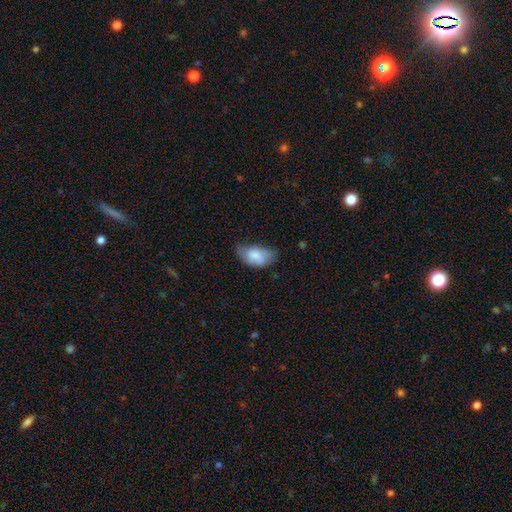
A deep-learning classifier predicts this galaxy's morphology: A smooth galaxy with no disk features (78%) that is in between round and cigar-shaped (93%).

Vote fractions:
- Smooth or featured? smooth: 78% / featured or disk: 15% / star or artifact: 7%
- How rounded? in between: 93% / round: 5% / cigar-shaped: 2%
- Merging? none: 45% / minor disturbance: 41% / major disturbance: 12% / merger: 2%